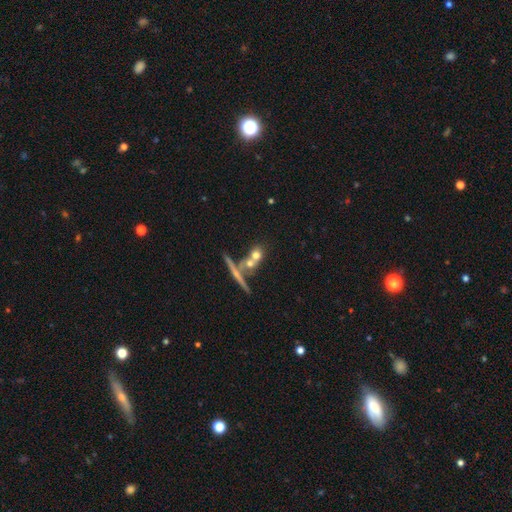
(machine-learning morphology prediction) A smooth galaxy with no disk features (58%) that is round (57%). Merging: none (43%).